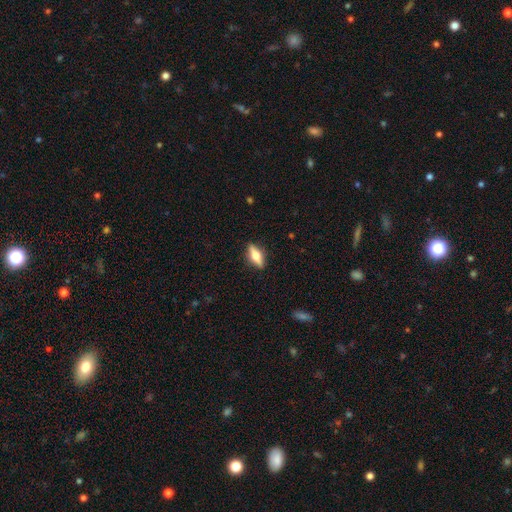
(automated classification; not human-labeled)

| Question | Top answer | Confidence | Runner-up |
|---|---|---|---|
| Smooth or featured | smooth | 50% | featured or disk (43%) |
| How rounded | in between | 64% | cigar-shaped (32%) |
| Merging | none | 87% | minor disturbance (10%) |